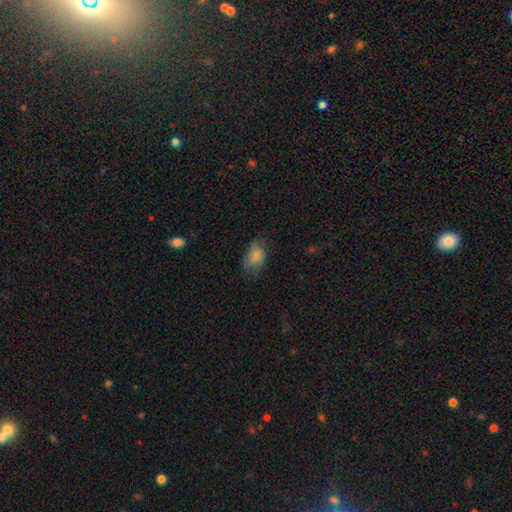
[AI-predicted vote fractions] Smooth or featured? smooth (75%)
How rounded? in between (84%)
Merging? none (54%)